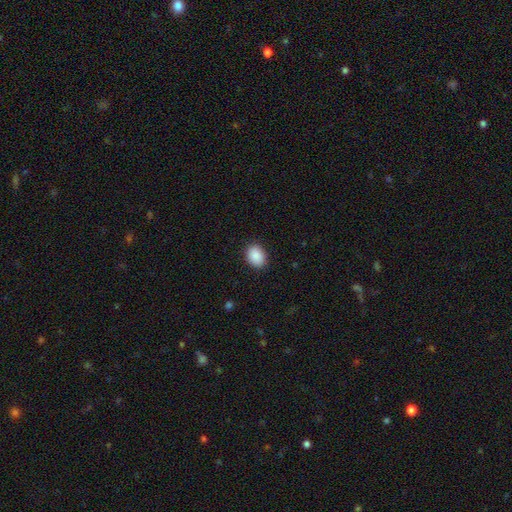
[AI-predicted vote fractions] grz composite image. It shows a smooth galaxy with no disk features (90%) that is in between round and cigar-shaped (70%). Merging: none (89%).